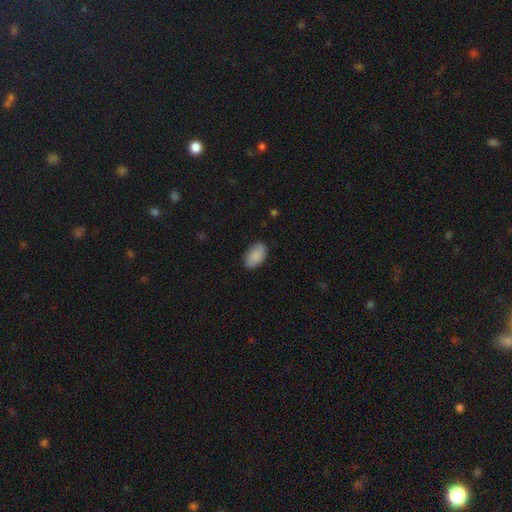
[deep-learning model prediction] smooth_or_featured: smooth (p=0.87) [alt: star or artifact p=0.07]
how_rounded: in between (p=0.93) [alt: round p=0.06]
merging: none (p=0.79) [alt: minor disturbance p=0.17]